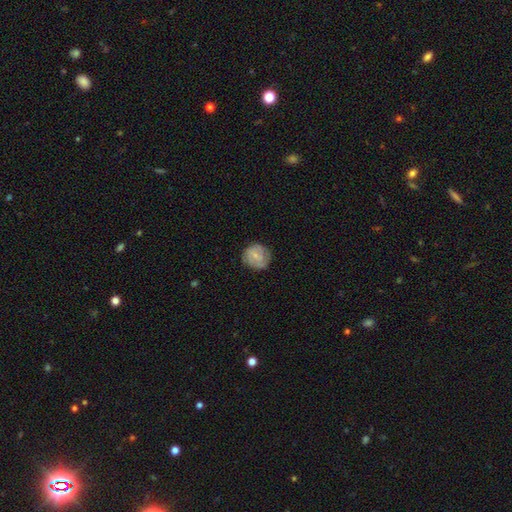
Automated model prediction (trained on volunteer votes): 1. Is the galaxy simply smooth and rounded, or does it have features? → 54% smooth, 38% featured or disk, 7% star or artifact.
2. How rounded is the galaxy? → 86% round, 13% in between, 1% cigar-shaped.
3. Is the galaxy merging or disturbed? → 75% none, 19% minor disturbance, 5% major disturbance, 1% merger.